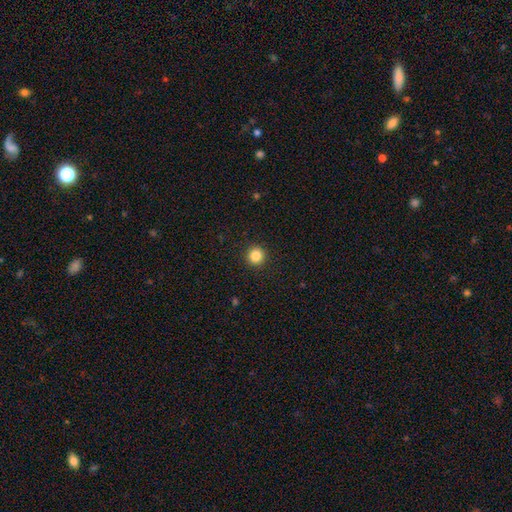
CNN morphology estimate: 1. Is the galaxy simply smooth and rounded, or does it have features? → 85% smooth, 11% star or artifact, 4% featured or disk.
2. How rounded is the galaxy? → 95% round, 4% in between, 1% cigar-shaped.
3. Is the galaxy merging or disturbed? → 93% none, 5% minor disturbance, 2% major disturbance, 1% merger.